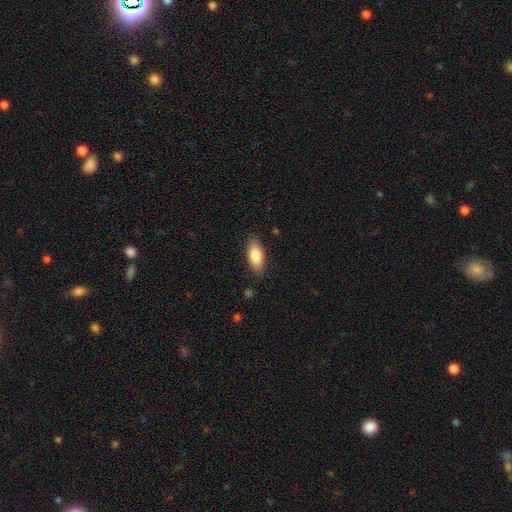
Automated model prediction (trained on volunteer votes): A smooth galaxy with no disk features (84%) that is in between round and cigar-shaped (85%). Merging: none (84%).